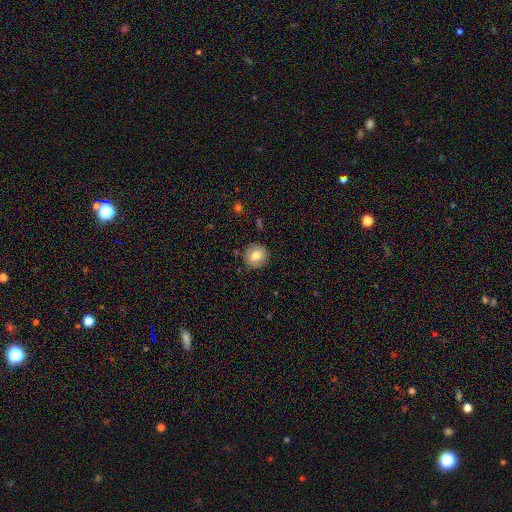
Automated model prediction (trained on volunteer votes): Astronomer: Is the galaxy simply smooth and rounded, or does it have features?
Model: smooth — 78%.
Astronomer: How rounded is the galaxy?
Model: round — 93%.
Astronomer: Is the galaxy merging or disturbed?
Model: none — 89%.